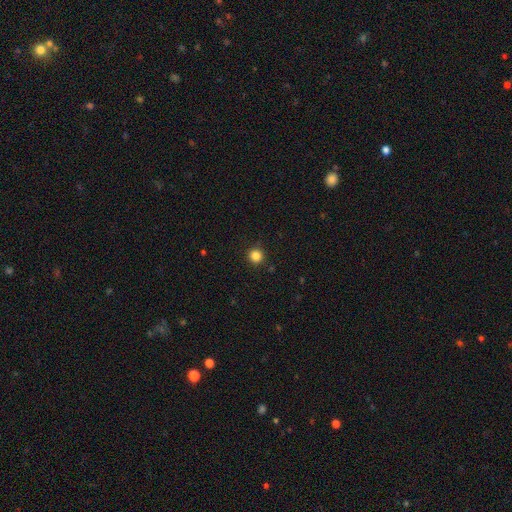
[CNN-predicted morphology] Q: Smooth or featured?
A: smooth (84%); runner-up: star or artifact (12%)
Q: How rounded?
A: round (95%); runner-up: in between (4%)
Q: Merging?
A: none (91%); runner-up: minor disturbance (6%)